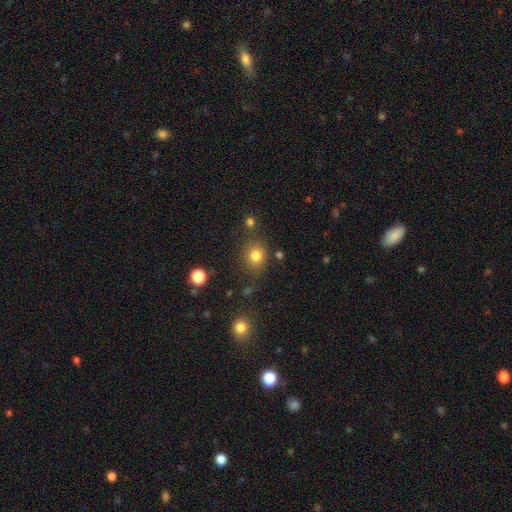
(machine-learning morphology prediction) Smooth or featured? Predicted: smooth (p=0.81). How rounded? Predicted: round (p=0.75). Merging? Predicted: none (p=0.78).